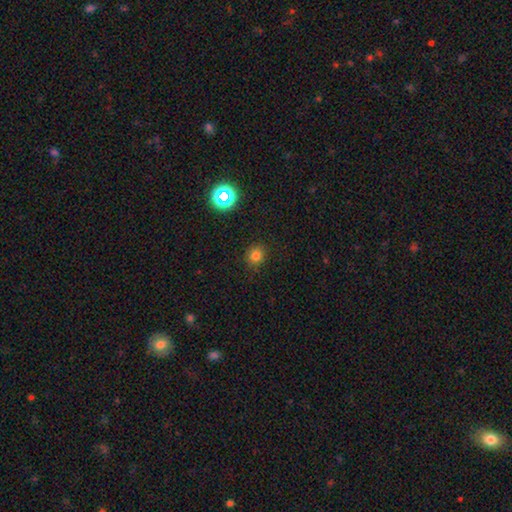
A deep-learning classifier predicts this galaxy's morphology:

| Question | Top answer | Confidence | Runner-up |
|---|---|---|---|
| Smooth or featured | smooth | 78% | star or artifact (17%) |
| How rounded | round | 82% | in between (17%) |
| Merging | none | 87% | minor disturbance (9%) |